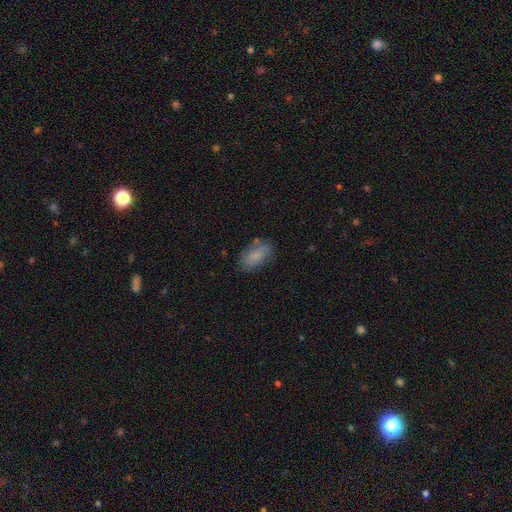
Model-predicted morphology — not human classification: Smooth or featured: smooth — 82% (featured or disk — 12%)
How rounded: in between — 91% (cigar-shaped — 5%)
Merging: none — 74% (minor disturbance — 18%)